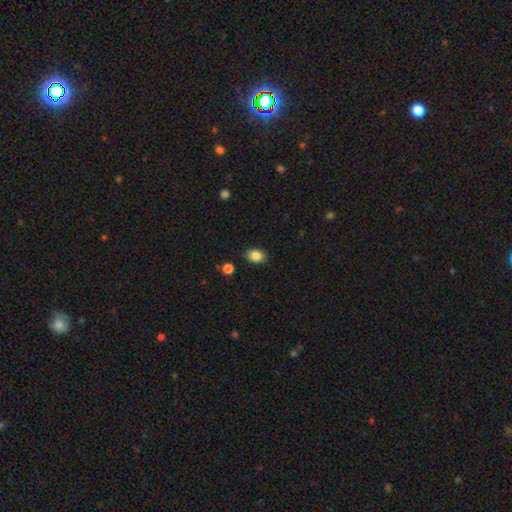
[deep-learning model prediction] Q: Smooth or featured?
A: smooth (85%); runner-up: star or artifact (9%)
Q: How rounded?
A: in between (66%); runner-up: round (33%)
Q: Merging?
A: none (87%); runner-up: minor disturbance (9%)